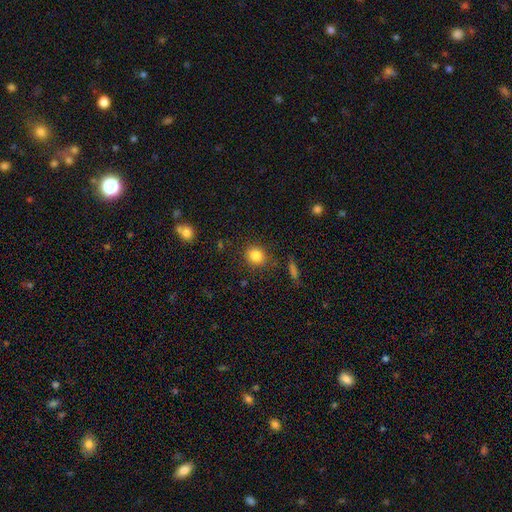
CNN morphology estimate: This is clearly a smooth galaxy (83%). How rounded: likely round (74%). Merging: clearly none (84%).